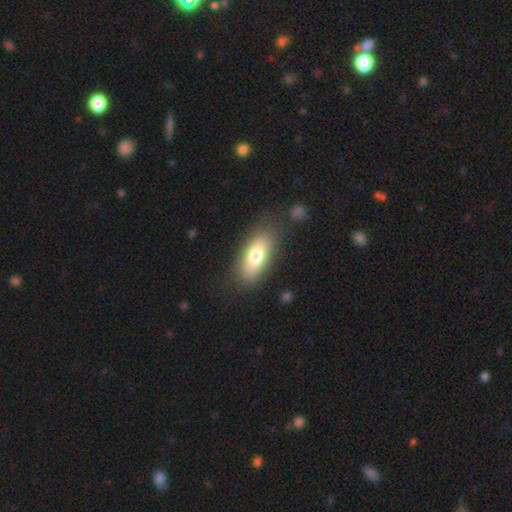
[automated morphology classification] Smooth or featured?
  - smooth: 73% *
  - featured or disk: 20%
  - star or artifact: 7%
How rounded?
  - in between: 80% *
  - cigar-shaped: 16%
  - round: 4%
Merging?
  - none: 80% *
  - minor disturbance: 12%
  - major disturbance: 5%
  - merger: 3%